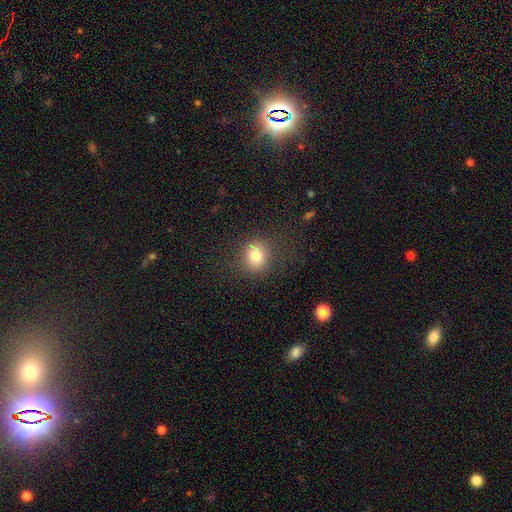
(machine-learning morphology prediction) Smooth or featured? smooth (76%)
How rounded? round (82%)
Merging? none (82%)